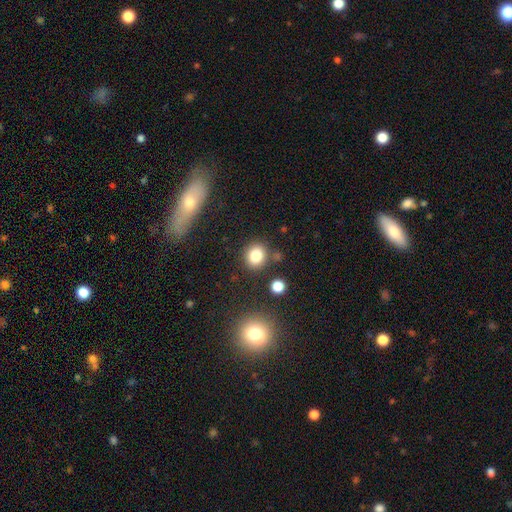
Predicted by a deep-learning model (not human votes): Overall: smooth (82%). How rounded: round (74%). Merging: none (80%).